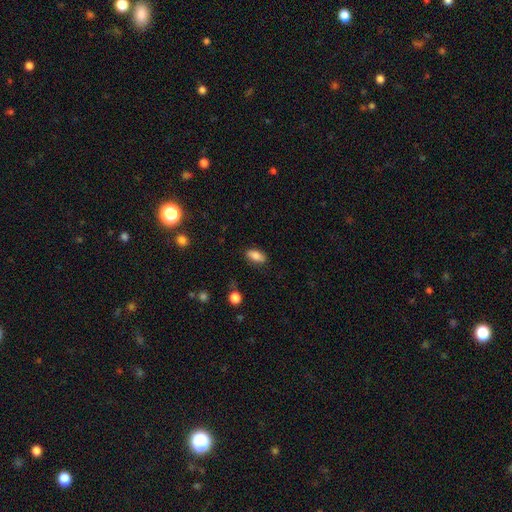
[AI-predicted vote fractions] Overall: smooth (83%). How rounded: in between (89%). Merging: none (83%).